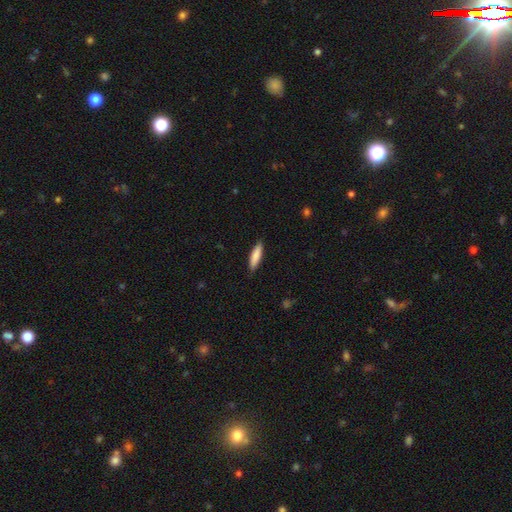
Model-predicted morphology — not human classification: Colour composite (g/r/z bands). It shows a smooth galaxy with no disk features (82%) that is cigar-shaped (71%). Merging: none (86%).